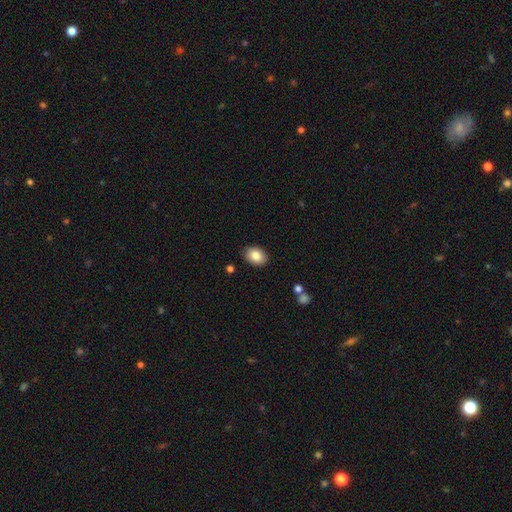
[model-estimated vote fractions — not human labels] Q: Smooth or featured?
A: smooth (85%); runner-up: star or artifact (8%)
Q: How rounded?
A: in between (74%); runner-up: round (25%)
Q: Merging?
A: none (87%); runner-up: minor disturbance (9%)